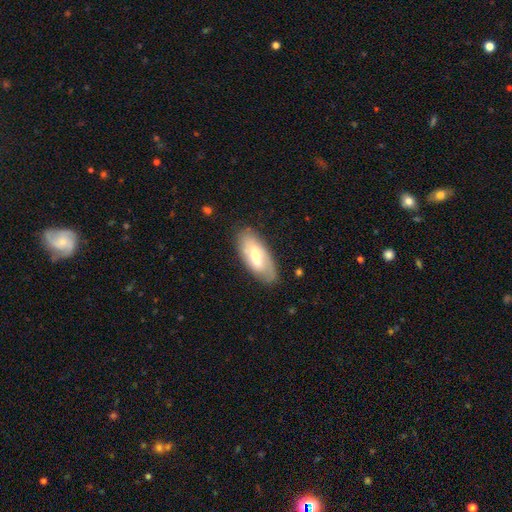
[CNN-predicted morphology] Smooth or featured?
  - featured or disk: 47% * (tied)
  - smooth: 47% * (tied)
  - star or artifact: 6%
Merging?
  - none: 78% *
  - minor disturbance: 16%
  - major disturbance: 5%
  - merger: 1%